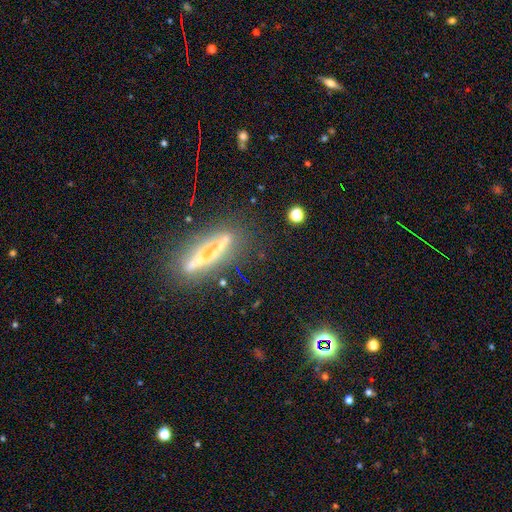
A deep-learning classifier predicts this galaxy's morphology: The model was most divided on "smooth or featured": featured or disk: 50%, smooth: 33%, star or artifact: 17%. More confident: merging — none (74%).